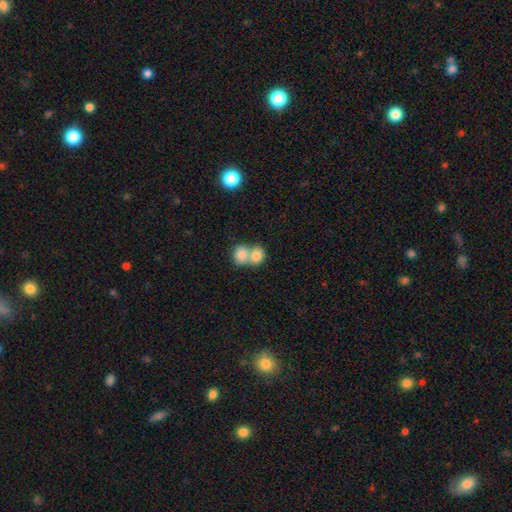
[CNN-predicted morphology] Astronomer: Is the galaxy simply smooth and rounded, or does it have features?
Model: smooth — 80%.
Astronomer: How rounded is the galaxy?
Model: round — 65%.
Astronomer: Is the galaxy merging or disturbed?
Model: merger — 71%.